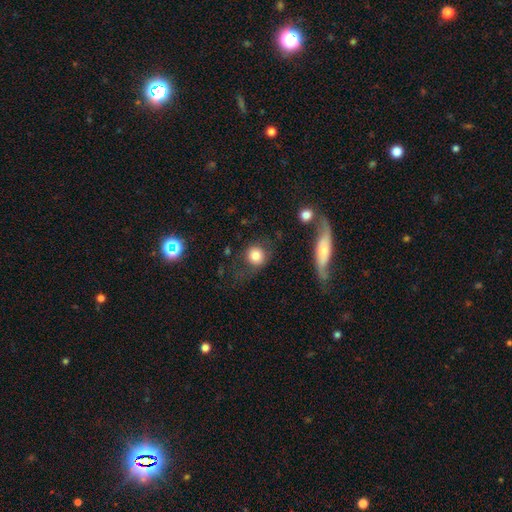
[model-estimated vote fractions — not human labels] Overall: smooth (80%). How rounded: round (86%). Merging: none (63%).